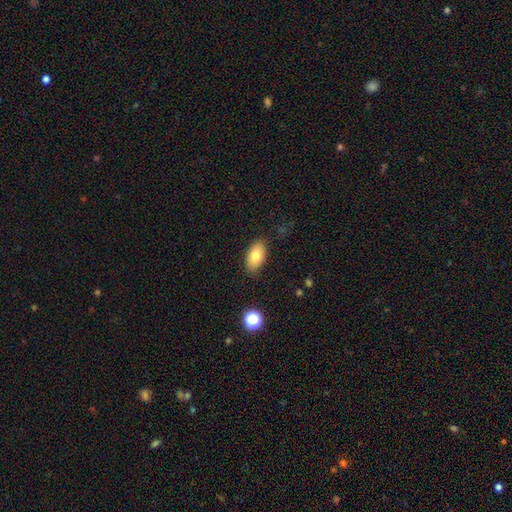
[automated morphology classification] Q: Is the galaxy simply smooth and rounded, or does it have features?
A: smooth — 78%.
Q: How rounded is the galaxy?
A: in between — 93%.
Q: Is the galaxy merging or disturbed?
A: none — 84%.